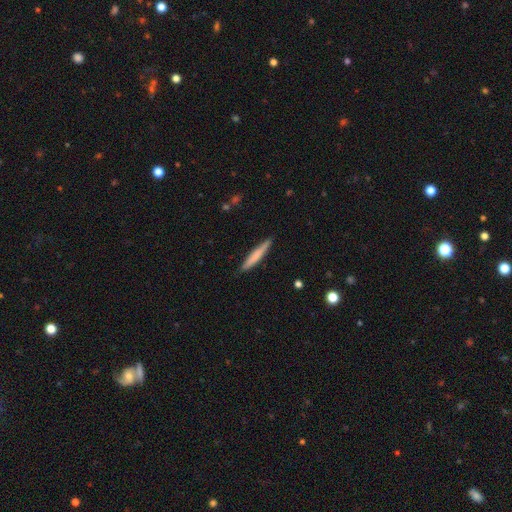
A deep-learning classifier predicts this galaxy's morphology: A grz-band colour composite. It shows a smooth galaxy with no disk features (68%) that is cigar-shaped (95%). Merging: none (89%).